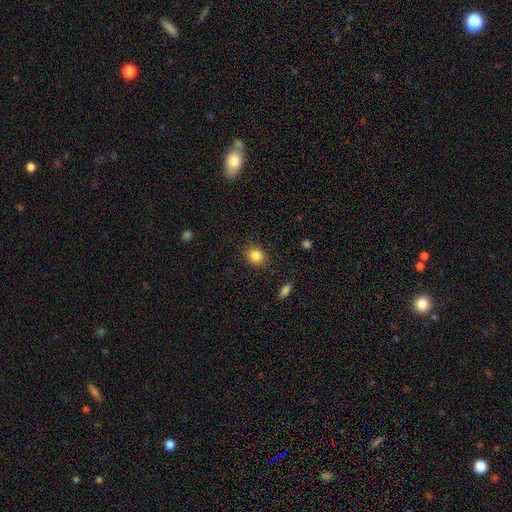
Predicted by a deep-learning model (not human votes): A smooth galaxy with no disk features (85%) that is round (67%).

Vote fractions:
- Smooth or featured? smooth: 85% / star or artifact: 10% / featured or disk: 5%
- How rounded? round: 67% / in between: 32% / cigar-shaped: 1%
- Merging? none: 87% / minor disturbance: 9% / major disturbance: 3% / merger: 1%